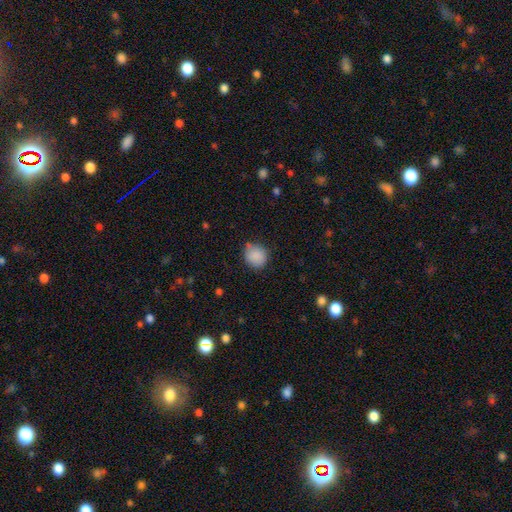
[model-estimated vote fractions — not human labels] Smooth or featured? Predicted: smooth (p=0.87). How rounded? Predicted: round (p=0.80). Merging? Predicted: none (p=0.75).